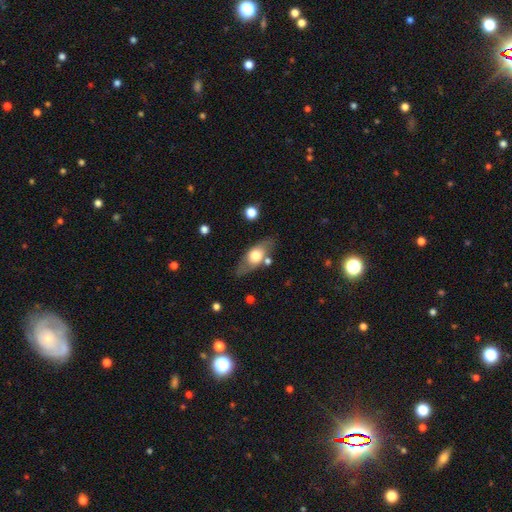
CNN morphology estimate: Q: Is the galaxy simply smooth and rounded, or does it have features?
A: smooth — 54%.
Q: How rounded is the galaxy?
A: in between — 78%.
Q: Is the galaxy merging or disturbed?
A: none — 76%.